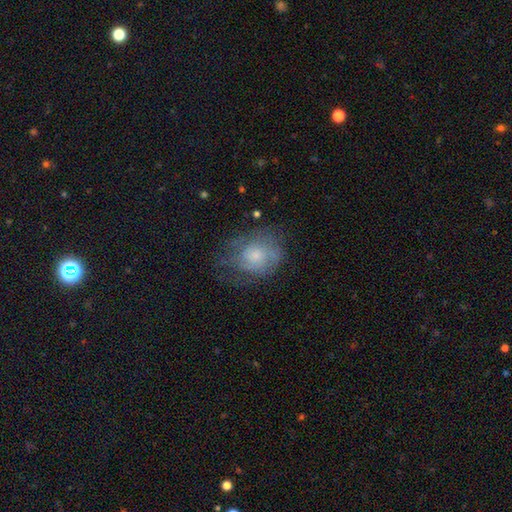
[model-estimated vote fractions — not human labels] A smooth galaxy with no disk features (48%). Merging: none (51%).